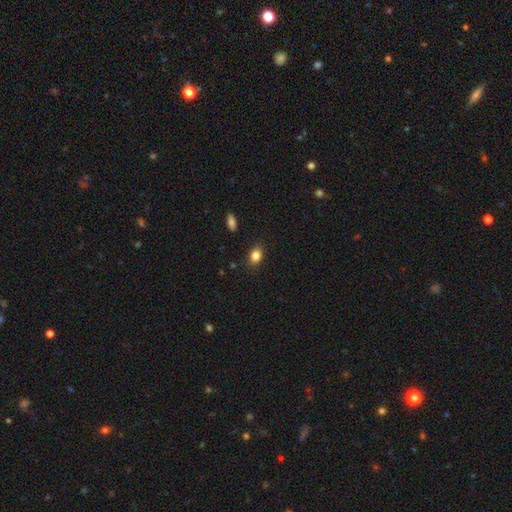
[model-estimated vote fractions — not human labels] smooth-or-featured: smooth: 85% | star or artifact: 10% | featured or disk: 6%
  how-rounded: in between: 72% | round: 26% | cigar-shaped: 2%
  merging: none: 86% | minor disturbance: 10% | major disturbance: 2% | merger: 1%